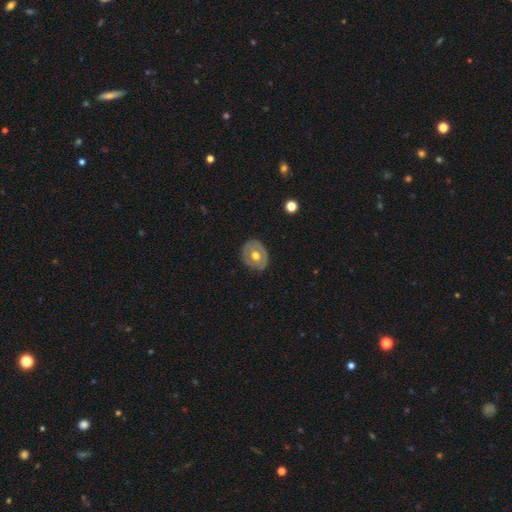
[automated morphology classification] Smooth or featured? featured or disk (49%)
Merging? none (80%)